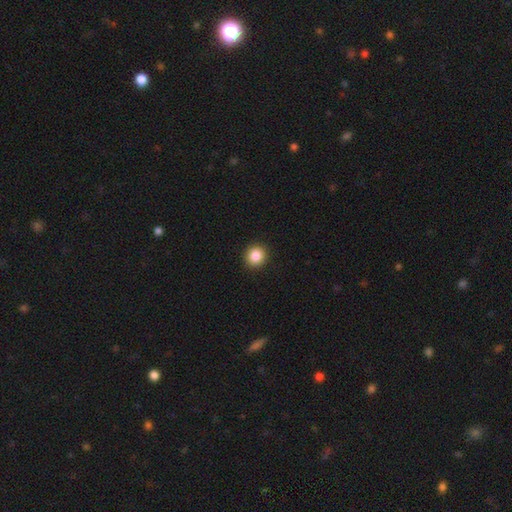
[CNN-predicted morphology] Overall: smooth (87%). How rounded: round (91%). Merging: none (93%).